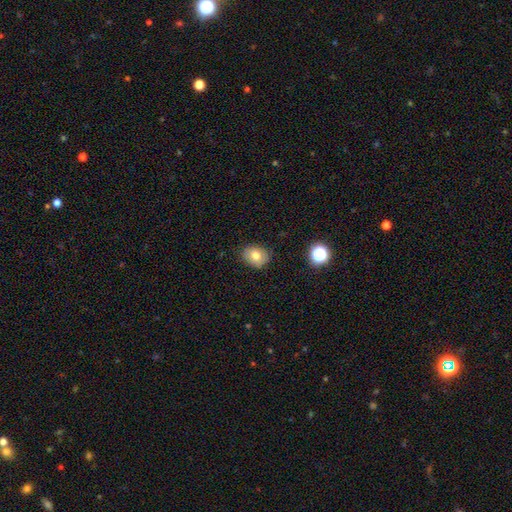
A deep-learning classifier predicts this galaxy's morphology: A smooth galaxy with no disk features (75%) that is in between round and cigar-shaped (51%). Merging: none (83%).